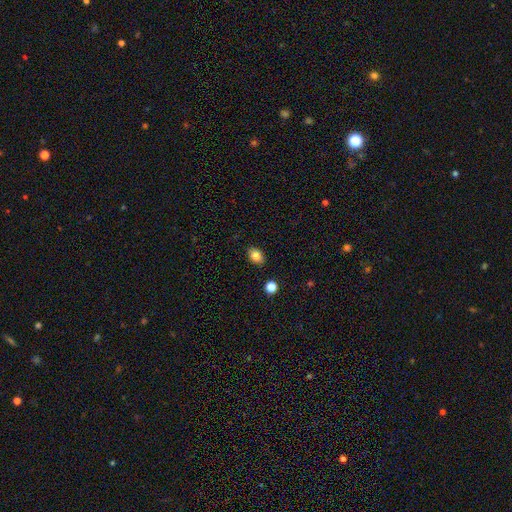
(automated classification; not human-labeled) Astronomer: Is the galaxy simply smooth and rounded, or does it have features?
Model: smooth — 83%.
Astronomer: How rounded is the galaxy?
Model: in between — 75%.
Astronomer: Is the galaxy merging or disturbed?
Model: none — 87%.